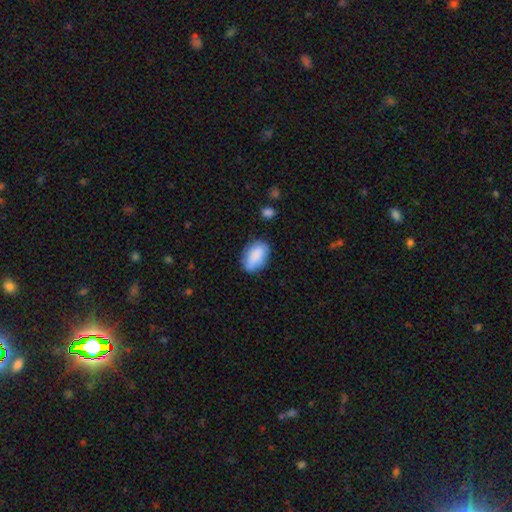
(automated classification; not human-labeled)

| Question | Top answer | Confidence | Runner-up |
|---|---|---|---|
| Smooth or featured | smooth | 84% | featured or disk (9%) |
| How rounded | in between | 89% | round (8%) |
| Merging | none | 66% | minor disturbance (25%) |